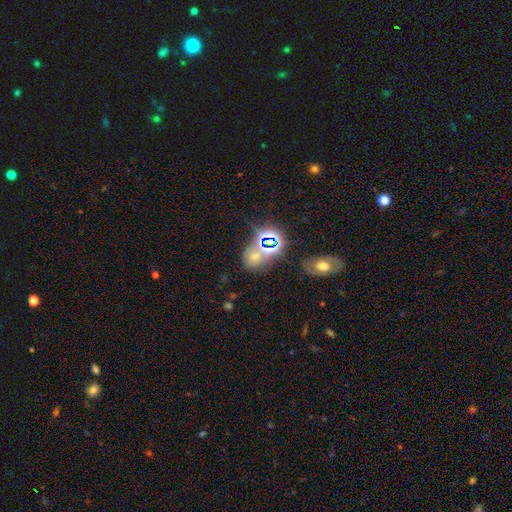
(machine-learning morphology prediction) A star or artifact, not a galaxy (47%).